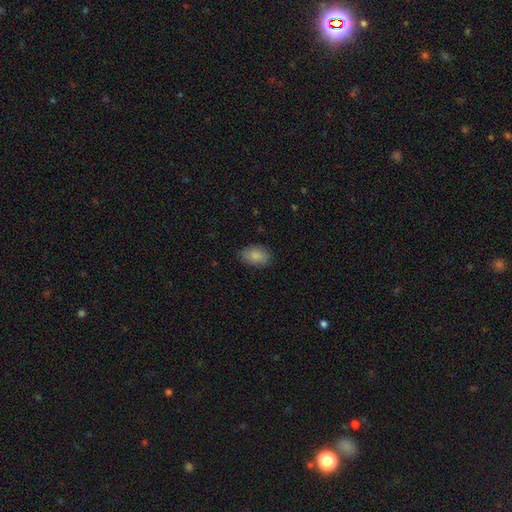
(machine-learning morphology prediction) Overall: smooth (87%). How rounded: in between (87%). Merging: none (83%).